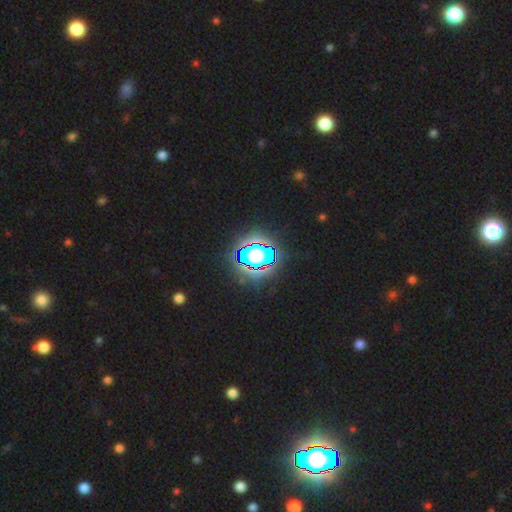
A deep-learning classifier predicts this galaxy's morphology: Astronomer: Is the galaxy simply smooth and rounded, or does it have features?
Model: star or artifact — 63%.